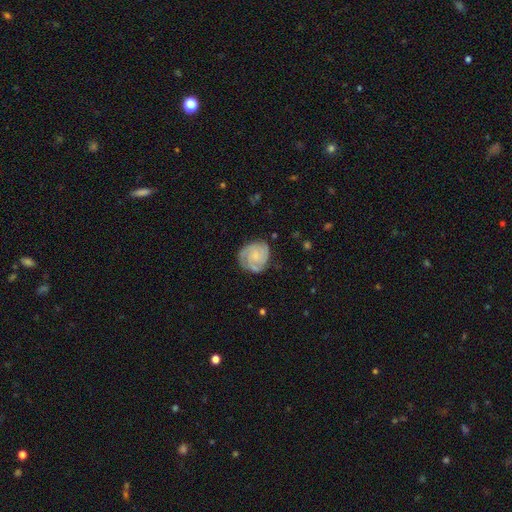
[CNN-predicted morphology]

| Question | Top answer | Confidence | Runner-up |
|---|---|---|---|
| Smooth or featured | featured or disk | 74% | smooth (20%) |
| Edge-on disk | no | 98% | yes (2%) |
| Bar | no | 74% | weak (23%) |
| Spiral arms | yes | 95% | no (5%) |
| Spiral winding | tight | 64% | medium (30%) |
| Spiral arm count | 3 | 42% | 2 (22%) |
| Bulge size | small | 51% | none (27%) |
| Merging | none | 73% | minor disturbance (18%) |